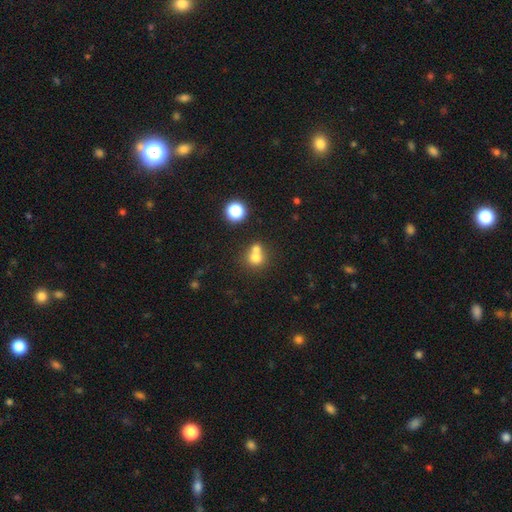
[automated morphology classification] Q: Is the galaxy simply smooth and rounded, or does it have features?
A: smooth — 71%.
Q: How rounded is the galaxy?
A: round — 81%.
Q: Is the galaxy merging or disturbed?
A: merger — 55%.